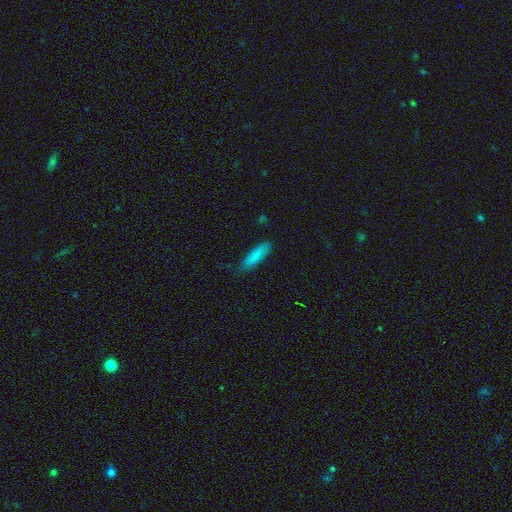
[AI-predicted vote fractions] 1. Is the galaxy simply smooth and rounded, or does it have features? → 85% smooth, 9% featured or disk, 6% star or artifact.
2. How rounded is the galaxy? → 73% cigar-shaped, 25% in between, 1% round.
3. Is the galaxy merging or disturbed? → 82% none, 15% minor disturbance, 2% major disturbance, 1% merger.